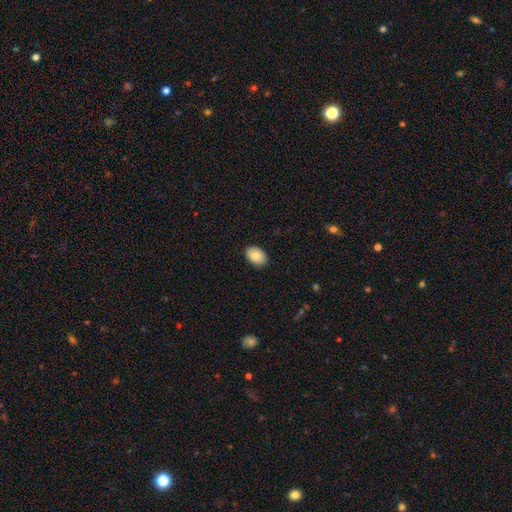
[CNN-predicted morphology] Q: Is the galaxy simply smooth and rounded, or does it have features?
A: smooth — 83%.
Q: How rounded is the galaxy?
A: in between — 83%.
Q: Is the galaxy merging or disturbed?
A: none — 89%.